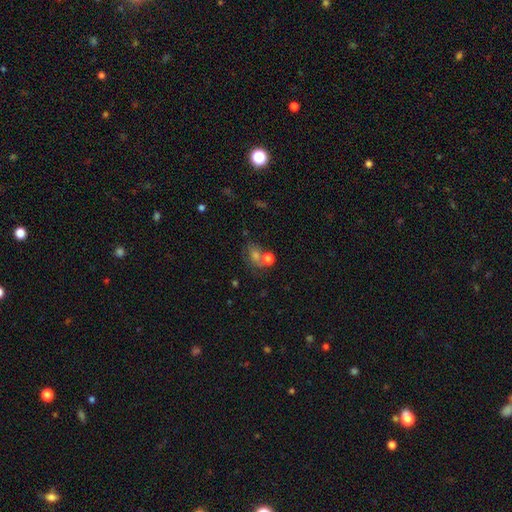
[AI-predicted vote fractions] A smooth galaxy with no disk features (48%). Merging: none (54%).